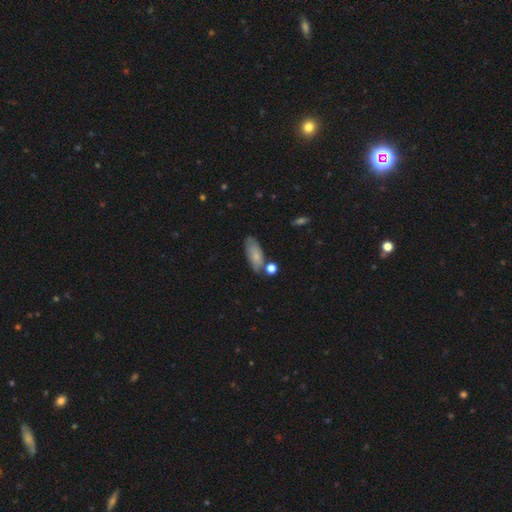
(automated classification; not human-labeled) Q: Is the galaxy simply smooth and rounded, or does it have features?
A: smooth — 73%.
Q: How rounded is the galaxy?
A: in between — 83%.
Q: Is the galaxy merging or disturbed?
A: none — 59%.